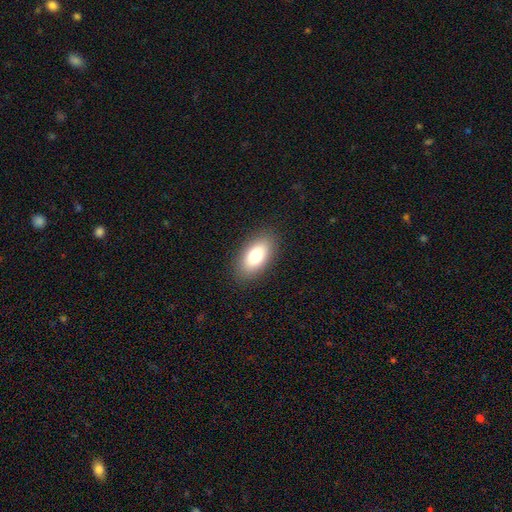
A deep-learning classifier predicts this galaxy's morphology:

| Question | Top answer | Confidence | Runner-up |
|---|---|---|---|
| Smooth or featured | smooth | 79% | featured or disk (13%) |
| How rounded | in between | 91% | cigar-shaped (5%) |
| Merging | none | 88% | minor disturbance (8%) |